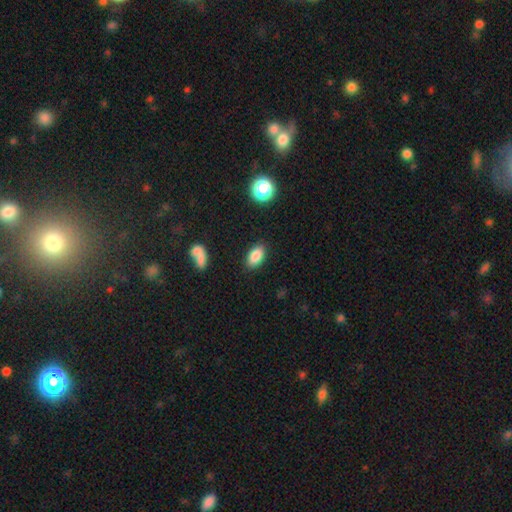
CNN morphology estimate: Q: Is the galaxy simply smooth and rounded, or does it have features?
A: smooth — 85%.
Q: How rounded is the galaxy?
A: in between — 91%.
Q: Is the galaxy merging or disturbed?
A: none — 86%.